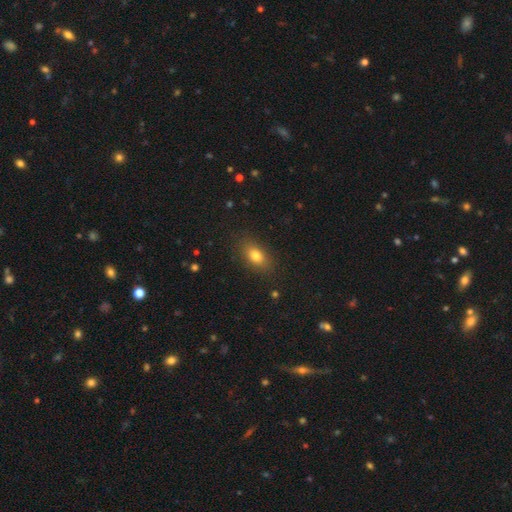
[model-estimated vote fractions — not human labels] This appears to be a smooth galaxy with no disk features (80%) that is in between round and cigar-shaped (84%). Merging: none (85%).